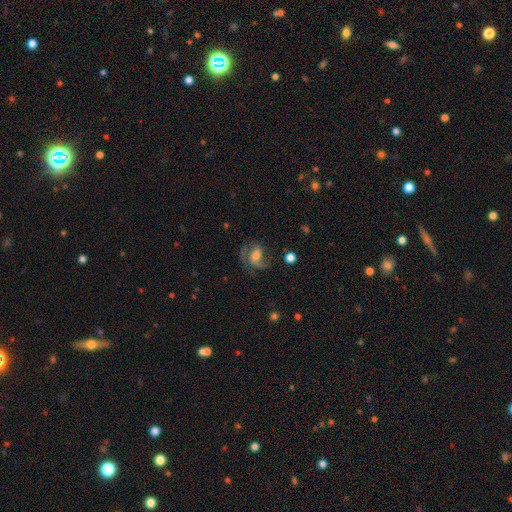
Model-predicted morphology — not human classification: This appears to be a featured or disk galaxy (75%) with a weak bar (46%), 2 (67%) medium (52%) spiral arms (92%) and a moderate central bulge (40%). Merging: none (57%).